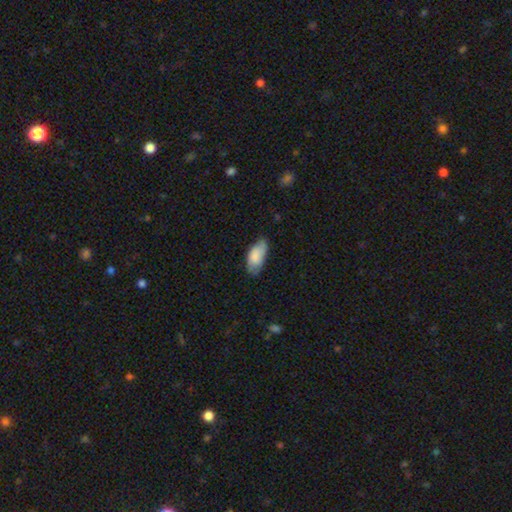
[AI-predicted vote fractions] smooth_or_featured: smooth (p=0.82) [alt: featured or disk p=0.12]
how_rounded: in between (p=0.92) [alt: cigar-shaped p=0.06]
merging: none (p=0.60) [alt: minor disturbance p=0.32]